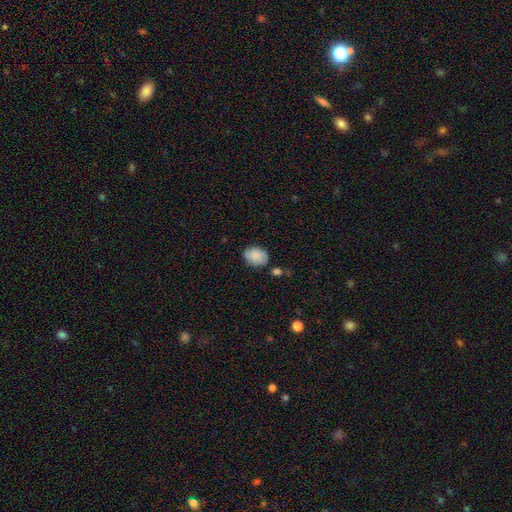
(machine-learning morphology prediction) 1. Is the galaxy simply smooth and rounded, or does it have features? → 82% smooth, 10% featured or disk, 8% star or artifact.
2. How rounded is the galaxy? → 63% in between, 36% round, 1% cigar-shaped.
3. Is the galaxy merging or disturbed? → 70% none, 19% minor disturbance, 6% merger, 5% major disturbance.